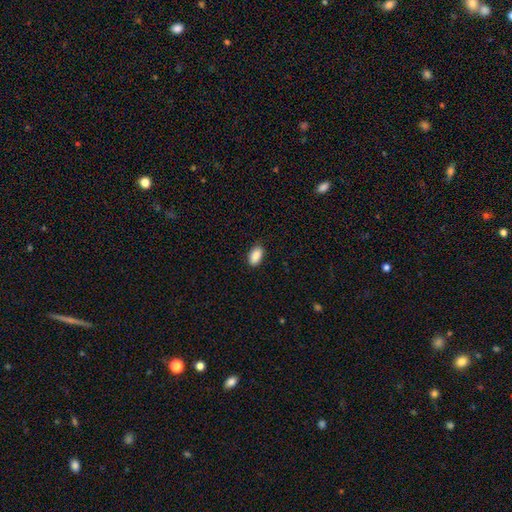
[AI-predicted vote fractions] This appears to be a smooth galaxy with no disk features (90%) that is in between round and cigar-shaped (94%). Merging: none (85%).